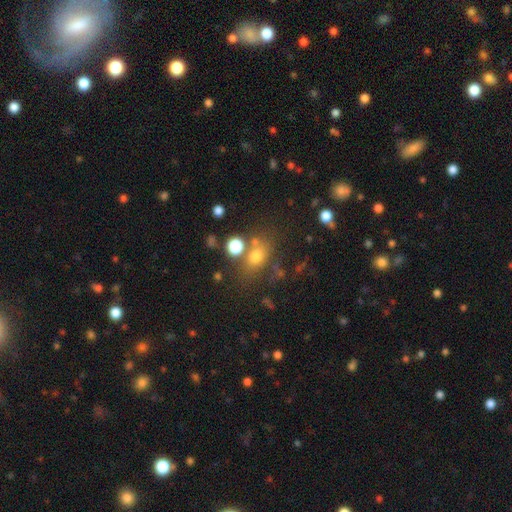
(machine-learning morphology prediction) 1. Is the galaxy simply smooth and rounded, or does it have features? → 69% smooth, 18% star or artifact, 13% featured or disk.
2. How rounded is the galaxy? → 56% in between, 42% round, 2% cigar-shaped.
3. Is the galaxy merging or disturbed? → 63% none, 15% merger, 15% minor disturbance, 7% major disturbance.